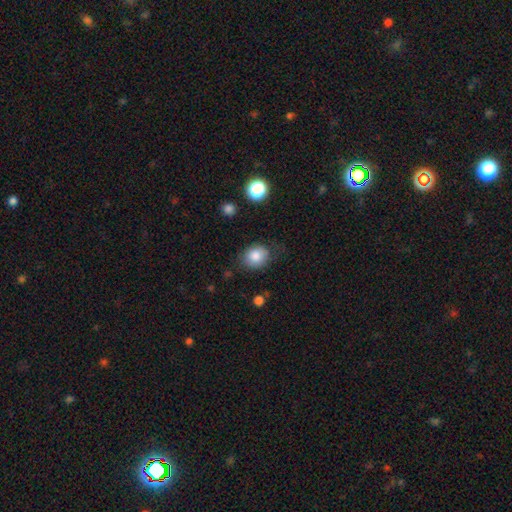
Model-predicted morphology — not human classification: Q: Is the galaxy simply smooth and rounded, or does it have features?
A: smooth — 83%.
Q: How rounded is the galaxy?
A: round — 53%.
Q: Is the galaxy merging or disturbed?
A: none — 71%.